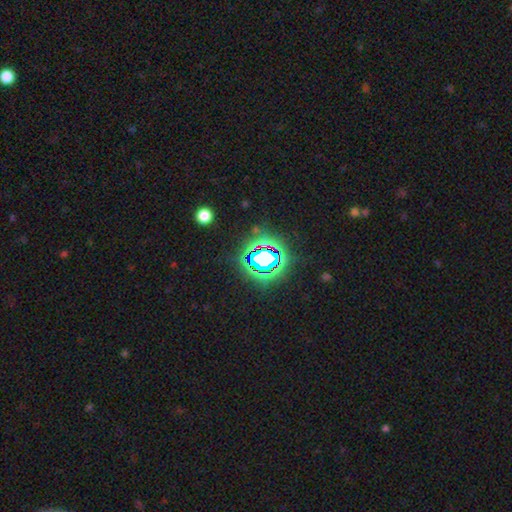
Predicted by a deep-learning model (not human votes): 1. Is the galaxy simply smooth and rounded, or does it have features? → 82% star or artifact, 12% smooth, 6% featured or disk.